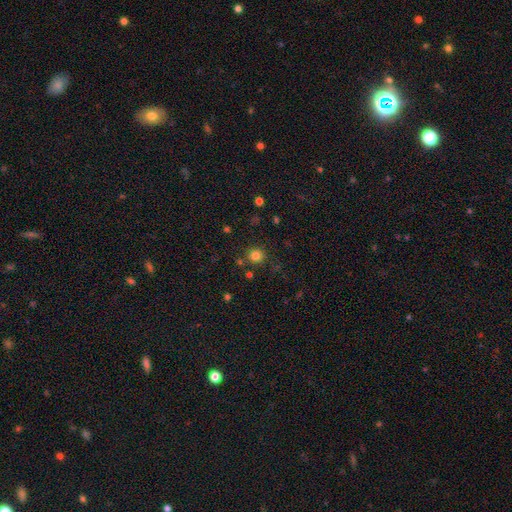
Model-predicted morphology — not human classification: Smooth or featured?
  - smooth: 81% *
  - star or artifact: 14%
  - featured or disk: 5%
How rounded?
  - round: 92% *
  - in between: 7%
  - cigar-shaped: 1%
Merging?
  - none: 84% *
  - minor disturbance: 8%
  - merger: 5%
  - major disturbance: 3%